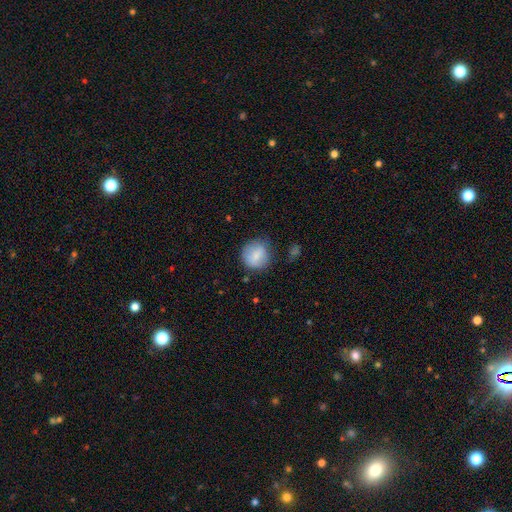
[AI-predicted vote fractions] The model was most divided on "merging": none: 71%, minor disturbance: 21%, major disturbance: 6%, merger: 2%. More confident: how rounded — round (87%); smooth or featured — smooth (79%).